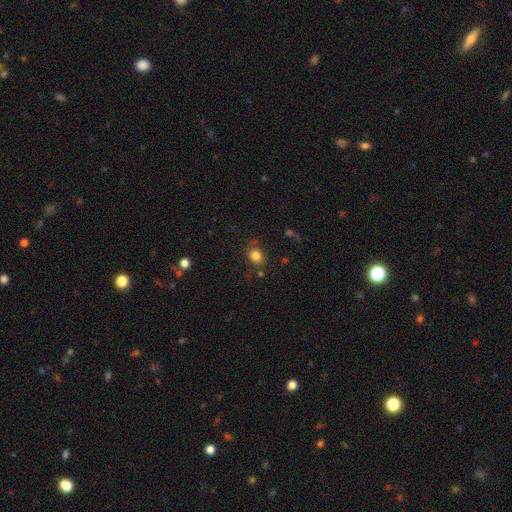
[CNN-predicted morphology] Smooth or featured: smooth — 83% (star or artifact — 12%)
How rounded: round — 64% (in between — 35%)
Merging: none — 78% (minor disturbance — 13%)